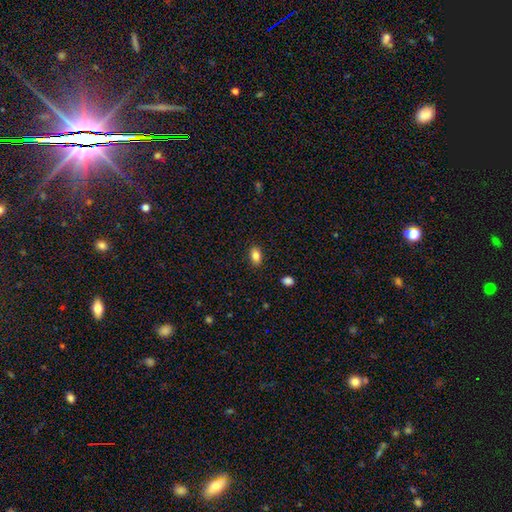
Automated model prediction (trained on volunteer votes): A smooth galaxy with no disk features (85%) that is in between round and cigar-shaped (88%).

Vote fractions:
- Smooth or featured? smooth: 85% / star or artifact: 9% / featured or disk: 6%
- How rounded? in between: 88% / round: 10% / cigar-shaped: 2%
- Merging? none: 88% / minor disturbance: 8% / major disturbance: 2% / merger: 1%